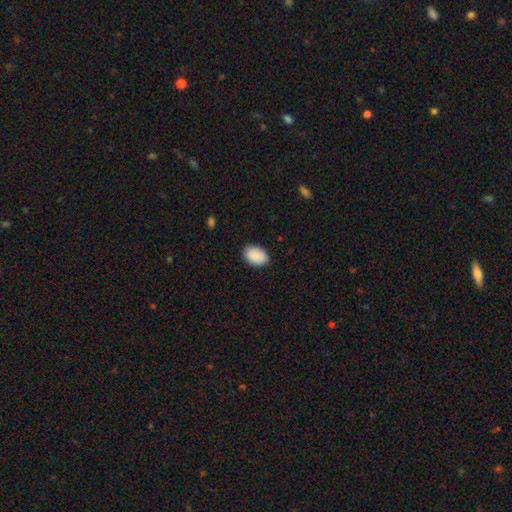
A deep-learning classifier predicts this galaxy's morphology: The model was most divided on "how rounded": in between: 87%, round: 12%, cigar-shaped: 1%. More confident: smooth or featured — smooth (91%); merging — none (87%).